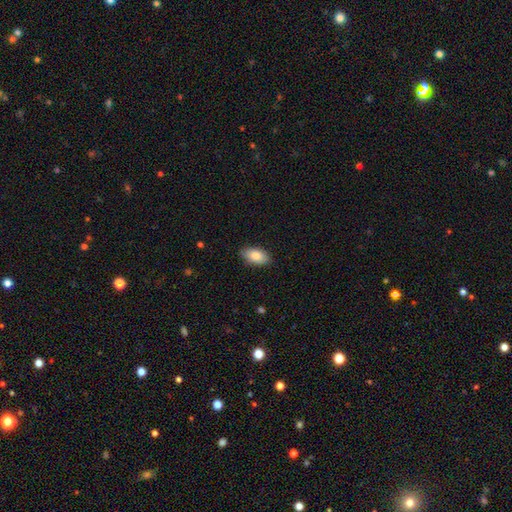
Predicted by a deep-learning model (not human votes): smooth_or_featured: smooth (p=0.83) [alt: featured or disk p=0.10]
how_rounded: in between (p=0.93) [alt: round p=0.04]
merging: none (p=0.86) [alt: minor disturbance p=0.11]